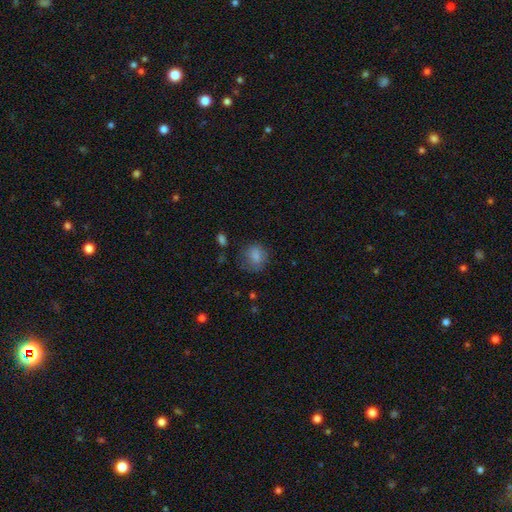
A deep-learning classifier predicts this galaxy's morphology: smooth 81%, featured or disk 10%, star or artifact 10%. Down the decision tree: how rounded — round (73%); merging — none (68%).